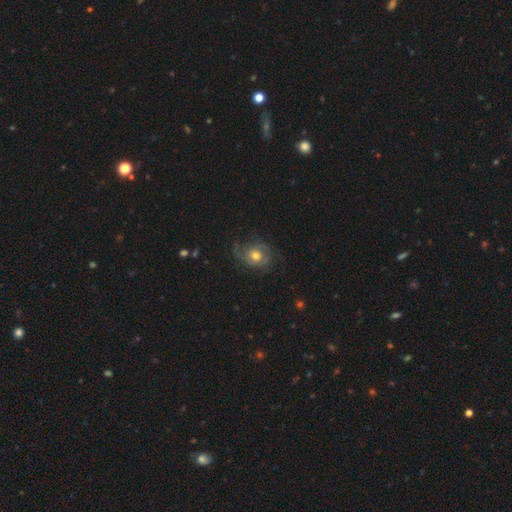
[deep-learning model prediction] A featured or disk galaxy (62%) with no bar (78%), spiral arms (82%) and a moderate central bulge (69%).

Vote fractions:
- Smooth or featured? featured or disk: 62% / smooth: 29% / star or artifact: 9%
- Edge-on disk? no: 96% / yes: 4%
- Bar? no: 78% / weak: 19% / strong: 3%
- Spiral arms? yes: 82% / no: 18%
- Bulge size? moderate: 69% / small: 19% / large: 9% / none: 1% / dominant: 1%
- Merging? none: 61% / minor disturbance: 22% / major disturbance: 16% / merger: 1%